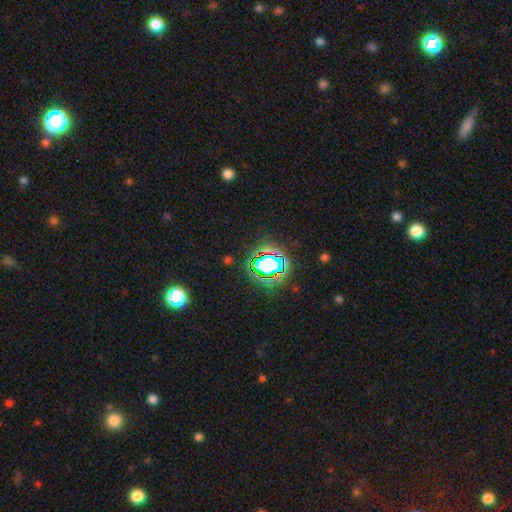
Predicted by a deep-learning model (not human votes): A star or artifact, not a galaxy (80%).

Vote fractions:
- Smooth or featured? star or artifact: 80% / smooth: 13% / featured or disk: 7%